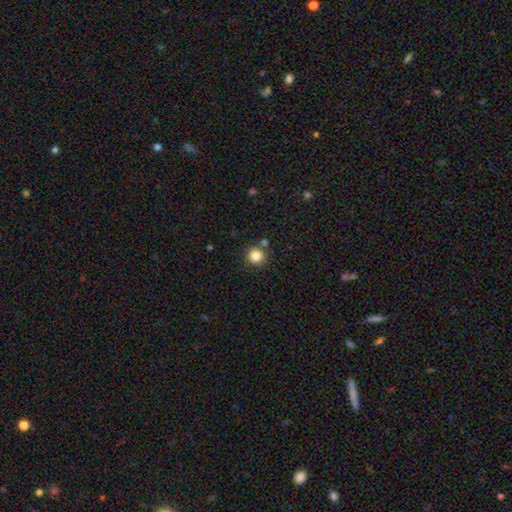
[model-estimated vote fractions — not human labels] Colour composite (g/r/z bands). It shows a smooth galaxy with no disk features (84%) that is round (94%). Merging: none (81%).